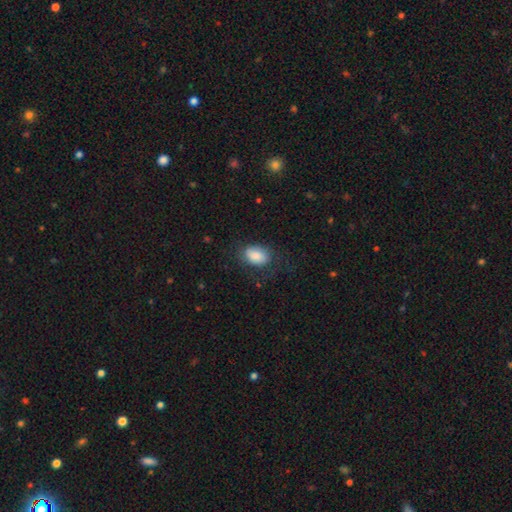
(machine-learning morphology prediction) This appears to be a smooth galaxy with no disk features (82%) that is in between round and cigar-shaped (83%). Merging: none (64%).